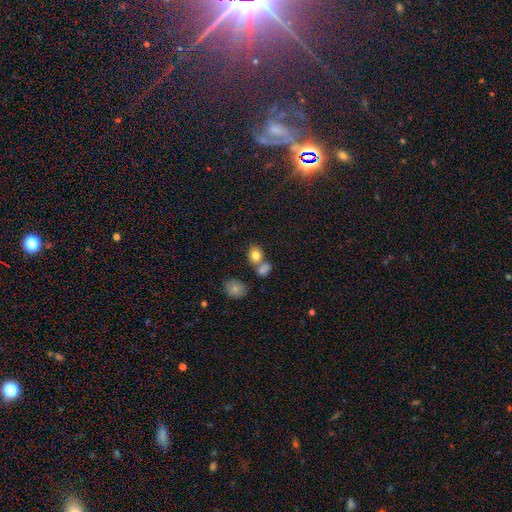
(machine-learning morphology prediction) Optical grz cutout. It shows a smooth galaxy with no disk features (81%) that is round (54%). Merging: none (50%).